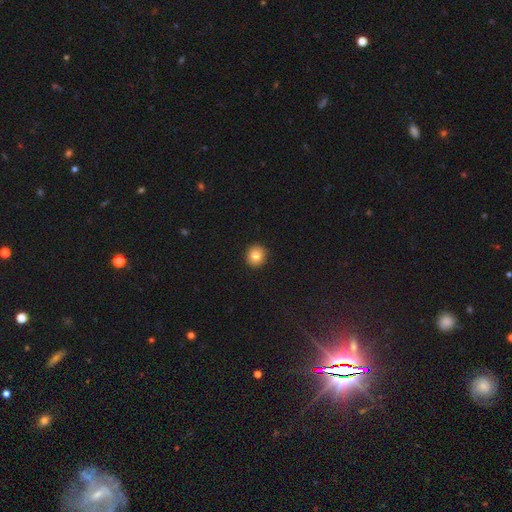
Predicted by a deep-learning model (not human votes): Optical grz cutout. It shows a smooth galaxy with no disk features (81%) that is round (91%). Merging: none (93%).